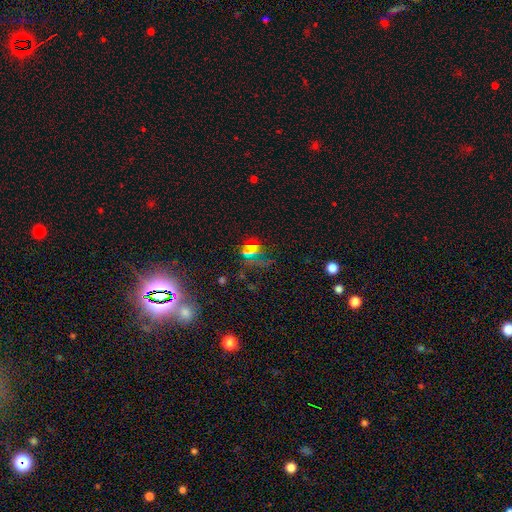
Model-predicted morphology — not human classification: star or artifact 62%, smooth 21%, featured or disk 18%.